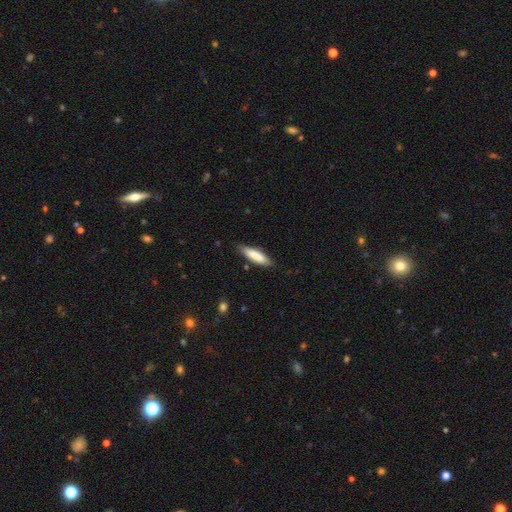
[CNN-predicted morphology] Q: Smooth or featured?
A: smooth (82%); runner-up: featured or disk (12%)
Q: How rounded?
A: cigar-shaped (72%); runner-up: in between (26%)
Q: Merging?
A: none (84%); runner-up: minor disturbance (13%)